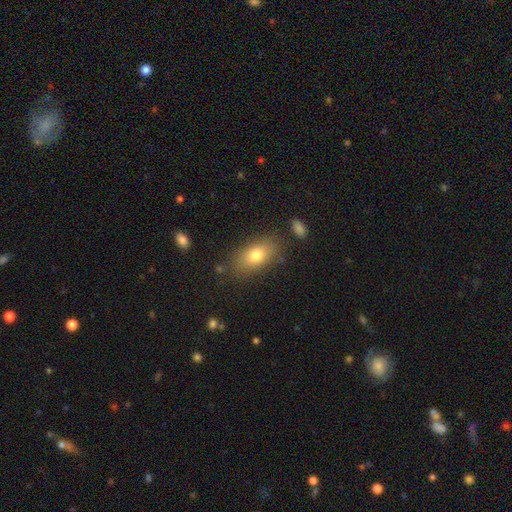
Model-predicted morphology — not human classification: smooth_or_featured: smooth (p=0.77) [alt: featured or disk p=0.14]
how_rounded: in between (p=0.85) [alt: round p=0.10]
merging: none (p=0.78) [alt: minor disturbance p=0.14]